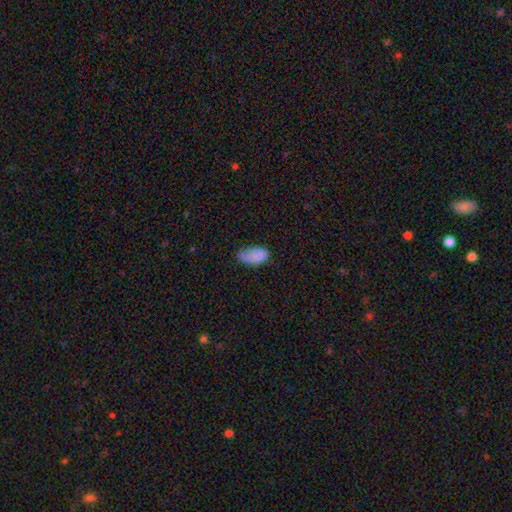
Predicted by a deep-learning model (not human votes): This appears to be a smooth galaxy with no disk features (83%) that is in between round and cigar-shaped (95%). Merging: none (55%).